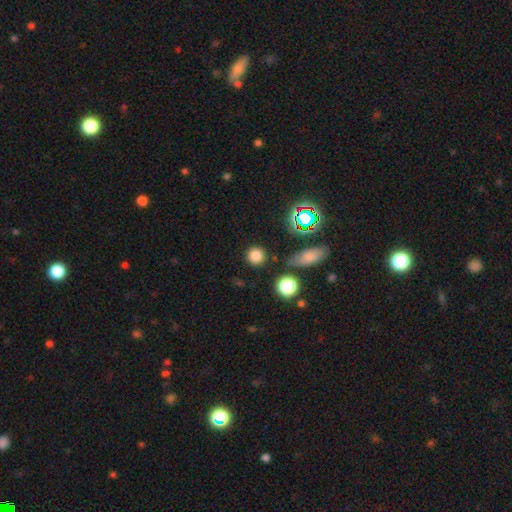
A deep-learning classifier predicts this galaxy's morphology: smooth_or_featured: smooth (p=0.79) [alt: star or artifact p=0.16]
how_rounded: round (p=0.92) [alt: in between p=0.07]
merging: none (p=0.87) [alt: minor disturbance p=0.07]